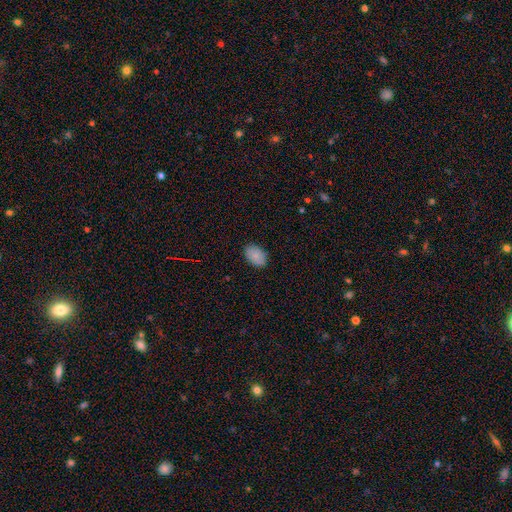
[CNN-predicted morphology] type=smooth (86%); roundness=in between (89%); merging=none (86%).